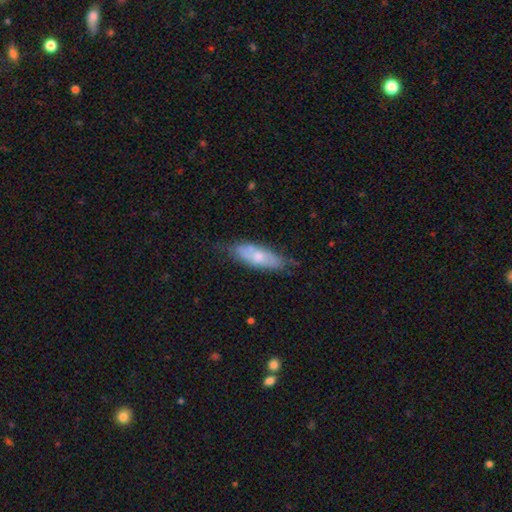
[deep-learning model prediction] Smooth or featured? smooth (55%)
How rounded? in between (66%)
Merging? none (61%)